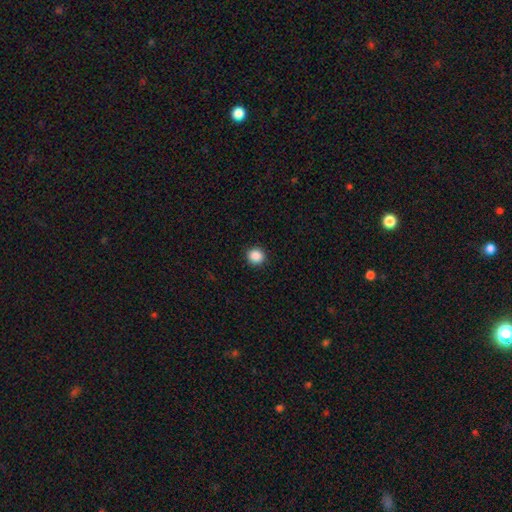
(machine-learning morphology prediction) The model was most divided on "smooth or featured": smooth: 88%, star or artifact: 10%, featured or disk: 3%. More confident: how rounded — round (93%); merging — none (93%).